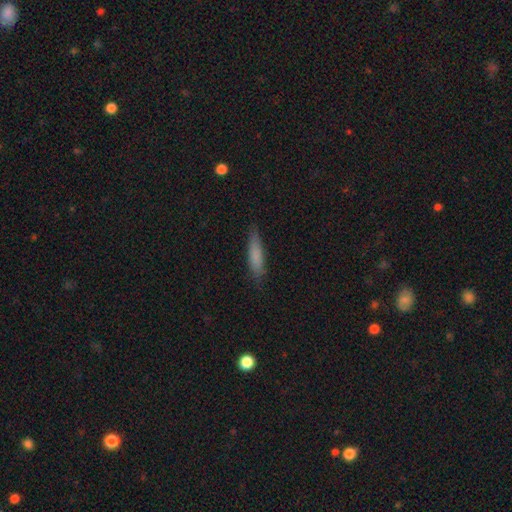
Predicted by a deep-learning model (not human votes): A smooth galaxy with no disk features (79%) that is cigar-shaped (81%). Merging: none (81%).